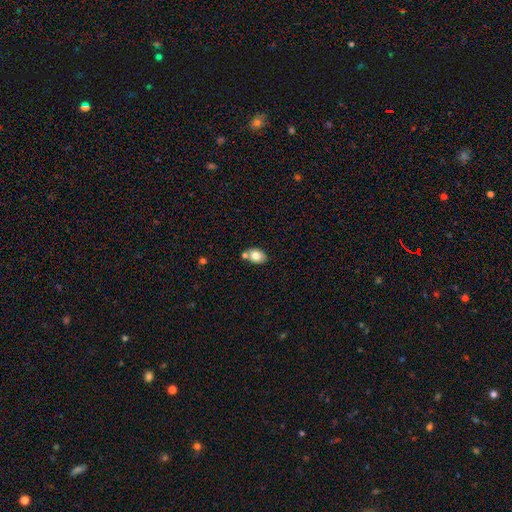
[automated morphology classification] The model was most divided on "merging": none: 61%, merger: 22%, minor disturbance: 14%, major disturbance: 3%. More confident: smooth or featured — smooth (78%); how rounded — in between (73%).